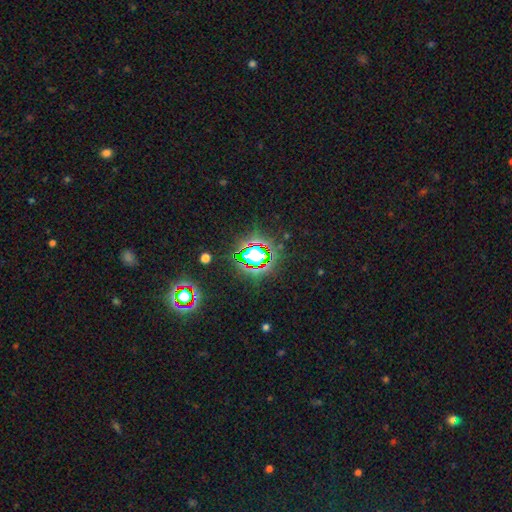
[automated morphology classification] Overall: star or artifact (69%).